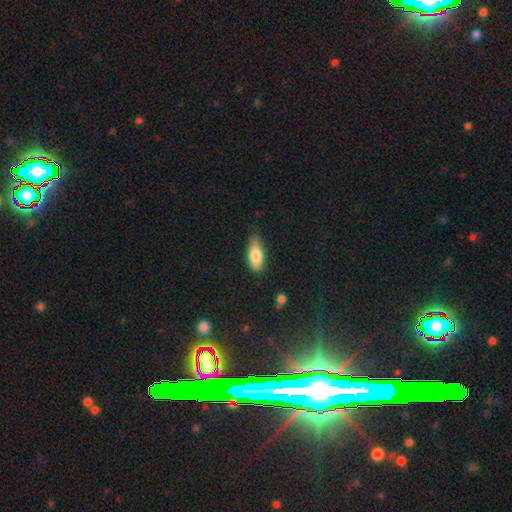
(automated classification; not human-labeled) A smooth galaxy with no disk features (78%) that is in between round and cigar-shaped (76%). Merging: none (70%).